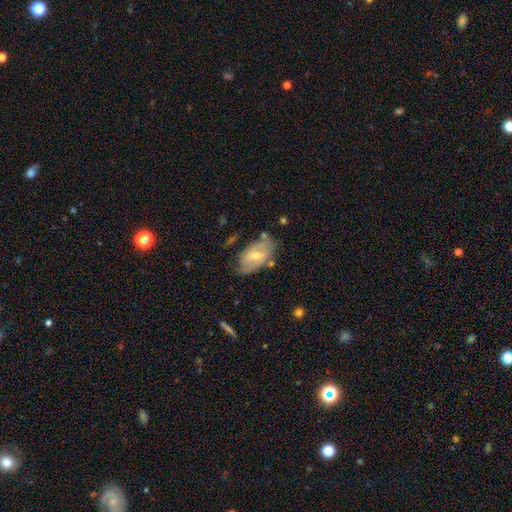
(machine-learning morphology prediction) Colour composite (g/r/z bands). It shows a featured or disk galaxy (55%) with a weak bar (46%), spiral arms (57%) and a moderate central bulge (50%). Merging: none (66%).